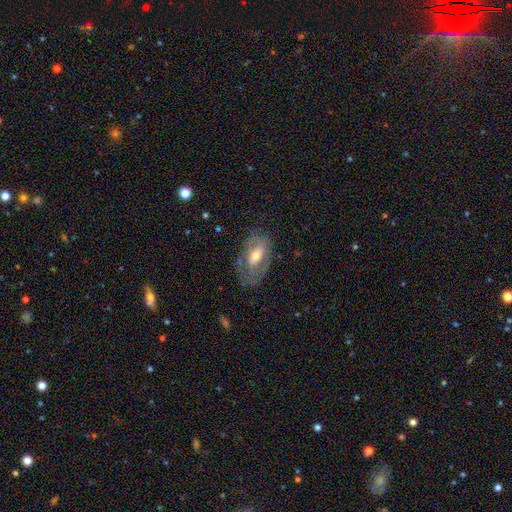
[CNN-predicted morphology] featured or disk 66%, smooth 28%, star or artifact 6%. Down the decision tree: edge-on disk — no (91%); bar — weak (40%); spiral arms — yes (68%); bulge size — moderate (59%); merging — none (63%).